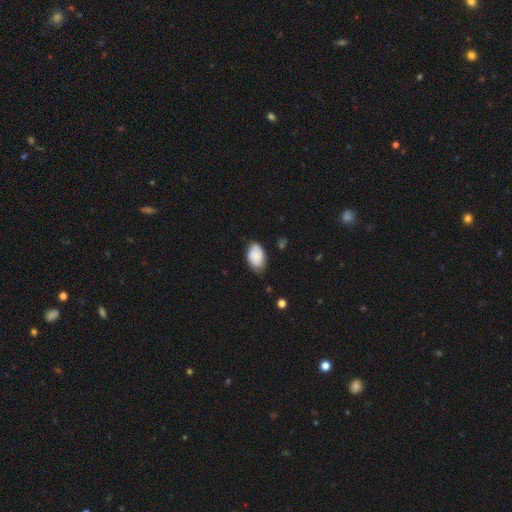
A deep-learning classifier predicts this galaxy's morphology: smooth_or_featured: smooth (p=0.69) [alt: featured or disk p=0.24]
how_rounded: in between (p=0.90) [alt: round p=0.09]
merging: none (p=0.64) [alt: minor disturbance p=0.29]